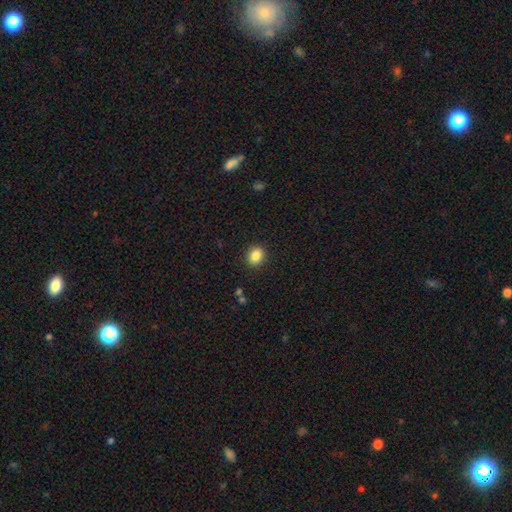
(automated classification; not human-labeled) smooth 87%, star or artifact 9%, featured or disk 4%. Down the decision tree: how rounded — round (56%); merging — none (90%).